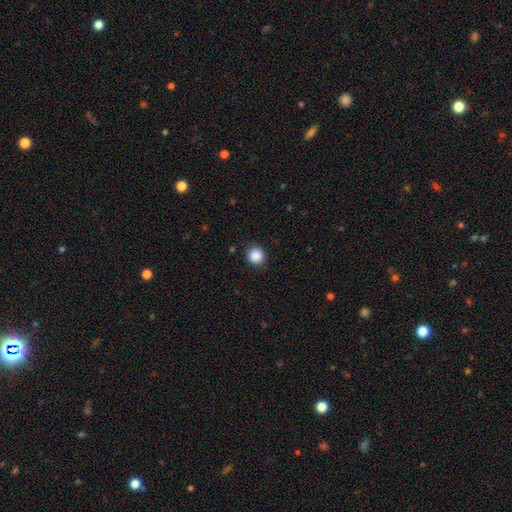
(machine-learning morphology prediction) type=smooth (88%); roundness=round (94%); merging=none (91%).